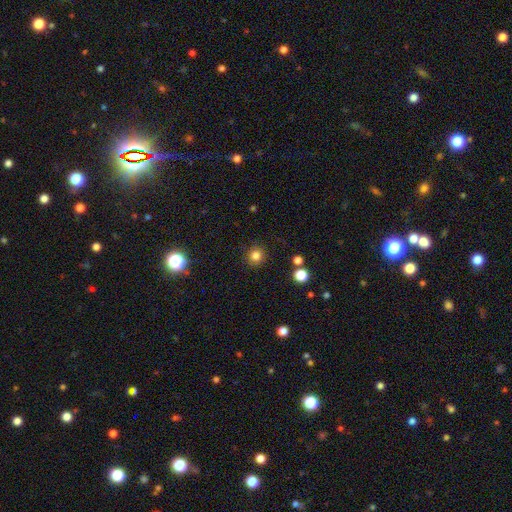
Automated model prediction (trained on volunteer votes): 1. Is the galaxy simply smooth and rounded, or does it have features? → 82% smooth, 14% star or artifact, 5% featured or disk.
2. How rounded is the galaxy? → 91% round, 8% in between, 1% cigar-shaped.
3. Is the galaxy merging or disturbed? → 89% none, 7% minor disturbance, 2% major disturbance, 2% merger.